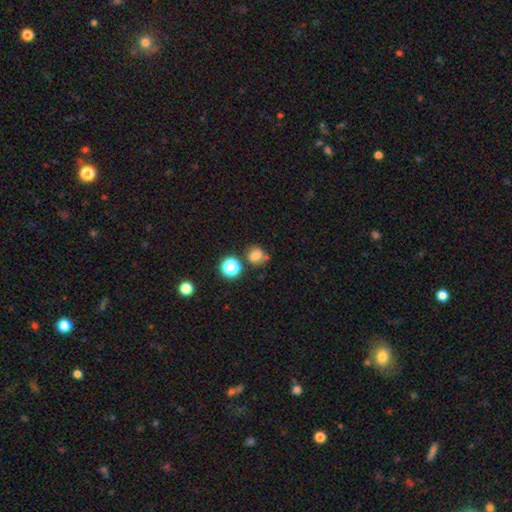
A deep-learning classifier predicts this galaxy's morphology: Q: Smooth or featured?
A: smooth (72%); runner-up: star or artifact (17%)
Q: How rounded?
A: round (68%); runner-up: in between (31%)
Q: Merging?
A: none (60%); runner-up: minor disturbance (19%)